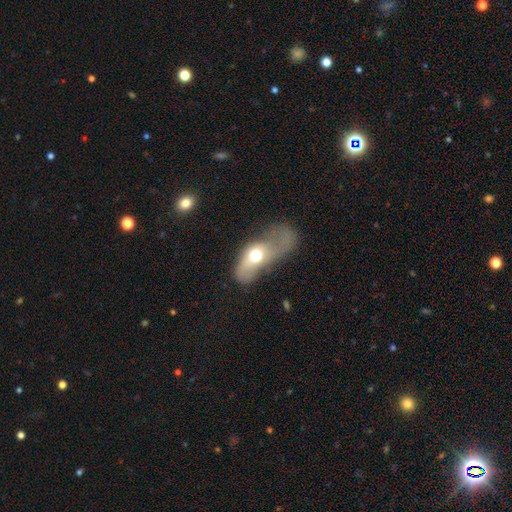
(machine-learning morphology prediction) The model was most divided on "smooth or featured": smooth: 53%, featured or disk: 38%, star or artifact: 9%. More confident: how rounded — in between (80%); merging — major disturbance (59%).